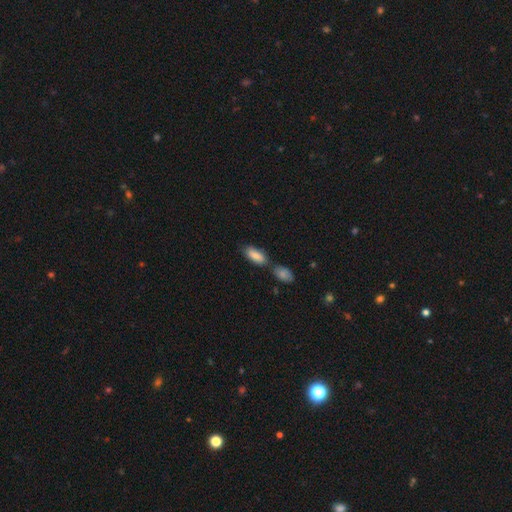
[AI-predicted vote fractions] Morphology: type=smooth (84%); roundness=in between (80%); merging=none (56%).